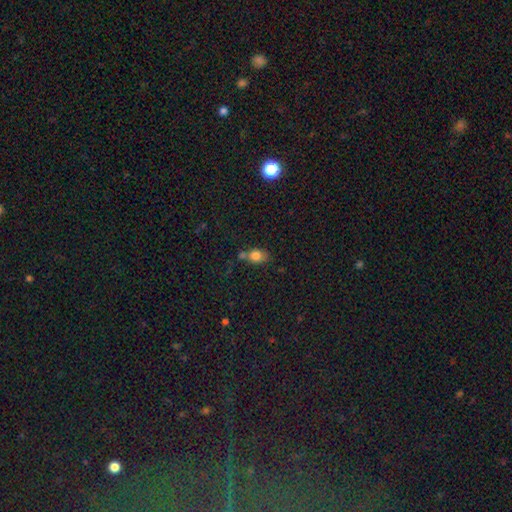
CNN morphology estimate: smooth_or_featured: smooth (p=0.80) [alt: star or artifact p=0.12]
how_rounded: in between (p=0.54) [alt: round p=0.45]
merging: none (p=0.46) [alt: merger p=0.29]